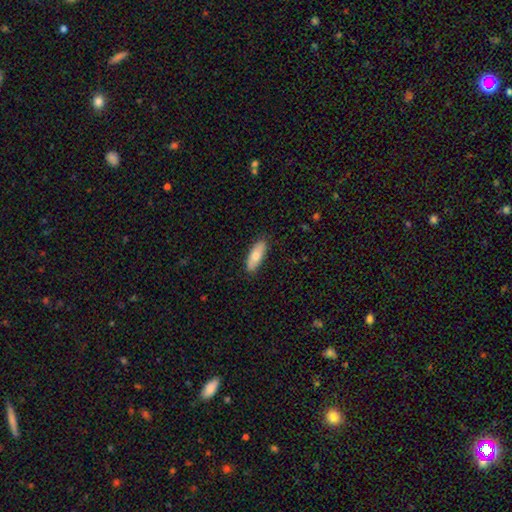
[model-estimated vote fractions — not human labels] This appears to be a smooth galaxy with no disk features (75%) that is in between round and cigar-shaped (69%). Merging: none (87%).